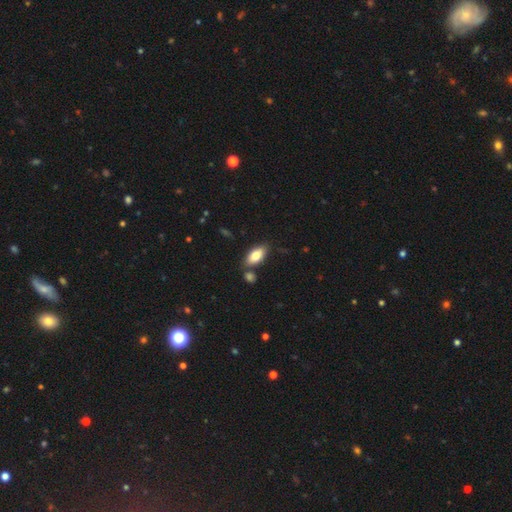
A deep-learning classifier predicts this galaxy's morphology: A smooth galaxy with no disk features (78%) that is in between round and cigar-shaped (89%).

Vote fractions:
- Smooth or featured? smooth: 78% / featured or disk: 15% / star or artifact: 7%
- How rounded? in between: 89% / cigar-shaped: 8% / round: 3%
- Merging? none: 74% / minor disturbance: 13% / merger: 10% / major disturbance: 3%